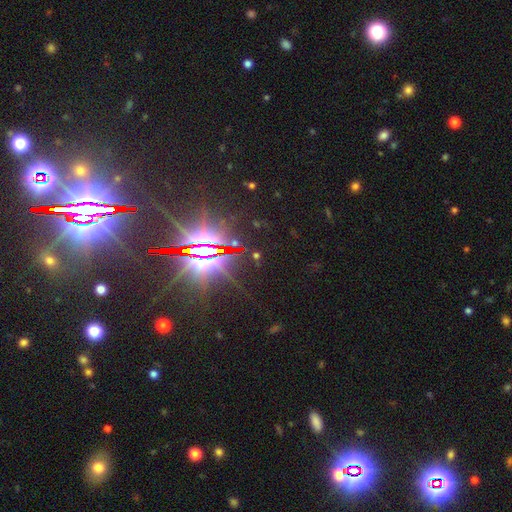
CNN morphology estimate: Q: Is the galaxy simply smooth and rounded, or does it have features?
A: star or artifact — 83%.